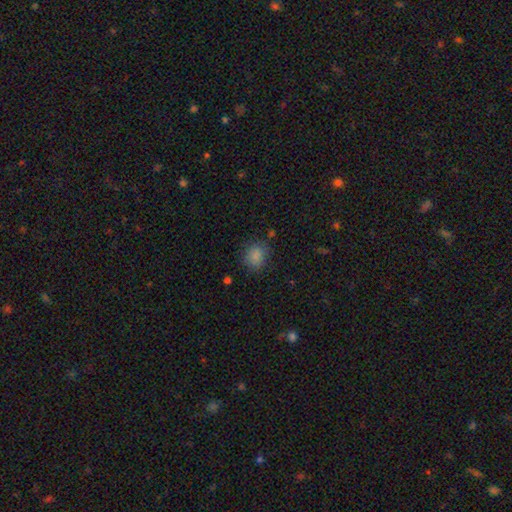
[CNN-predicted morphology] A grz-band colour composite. It shows a smooth galaxy with no disk features (84%) that is round (59%). Merging: none (78%).